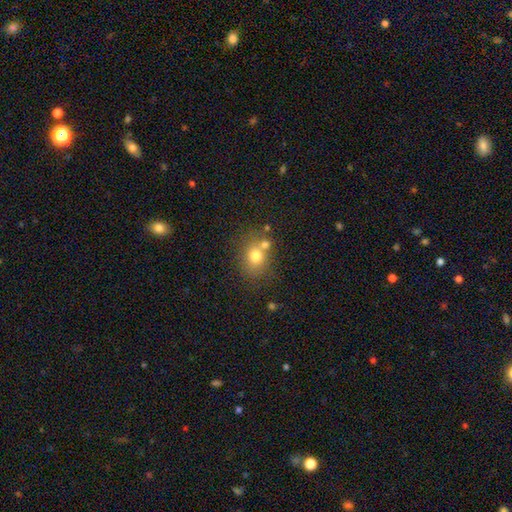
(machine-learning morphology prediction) This is likely a smooth galaxy (74%). How rounded: likely round (61%). Merging: possibly none (57%).